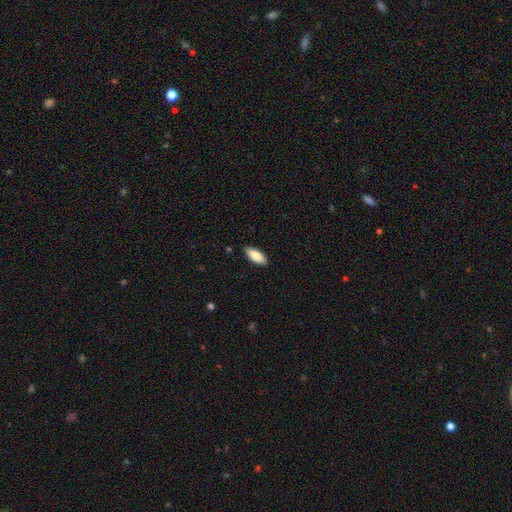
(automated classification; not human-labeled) smooth_or_featured: smooth (p=0.86) [alt: featured or disk p=0.08]
how_rounded: in between (p=0.80) [alt: cigar-shaped p=0.18]
merging: none (p=0.88) [alt: minor disturbance p=0.09]